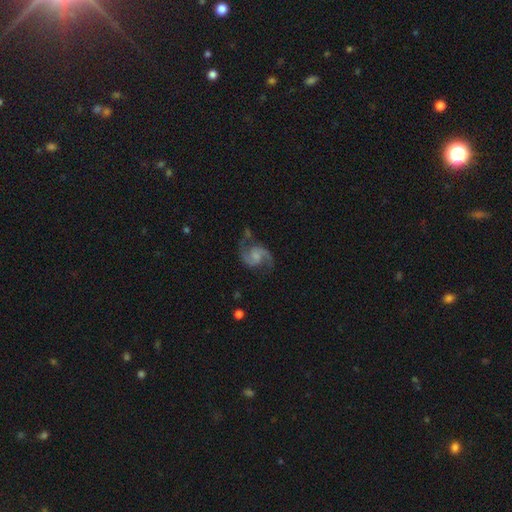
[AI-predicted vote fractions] Q: Smooth or featured?
A: featured or disk (90%); runner-up: star or artifact (5%)
Q: Edge-on disk?
A: no (98%); runner-up: yes (2%)
Q: Bar?
A: no (54%); runner-up: weak (39%)
Q: Spiral arms?
A: yes (98%); runner-up: no (2%)
Q: Spiral winding?
A: medium (54%); runner-up: loose (36%)
Q: Spiral arm count?
A: 2 (94%); runner-up: can't tell (2%)
Q: Bulge size?
A: none (40%); runner-up: small (30%)
Q: Merging?
A: none (74%); runner-up: minor disturbance (16%)